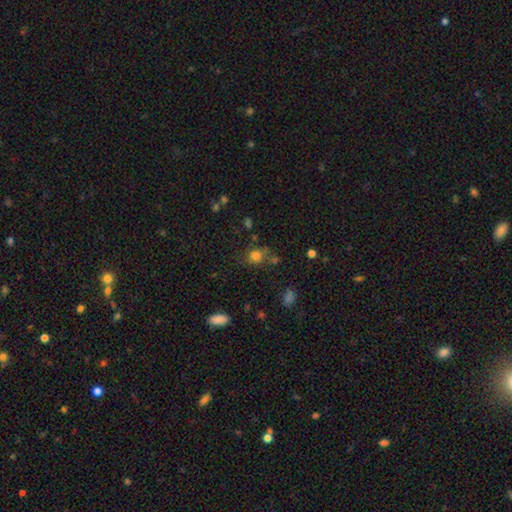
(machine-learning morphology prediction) smooth 76%, star or artifact 15%, featured or disk 8%. Down the decision tree: how rounded — round (67%); merging — none (61%).